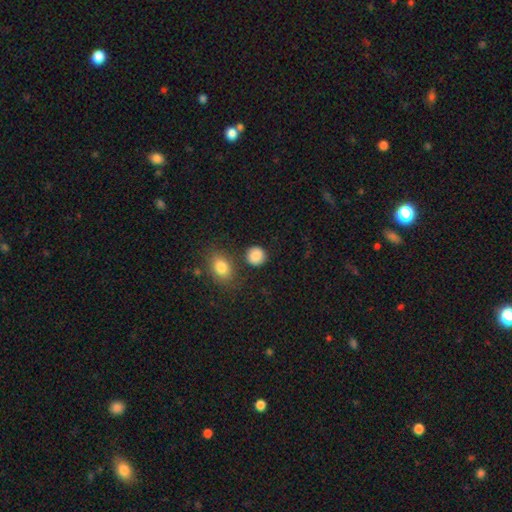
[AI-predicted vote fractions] A smooth galaxy with no disk features (87%) that is round (87%). Merging: none (82%).